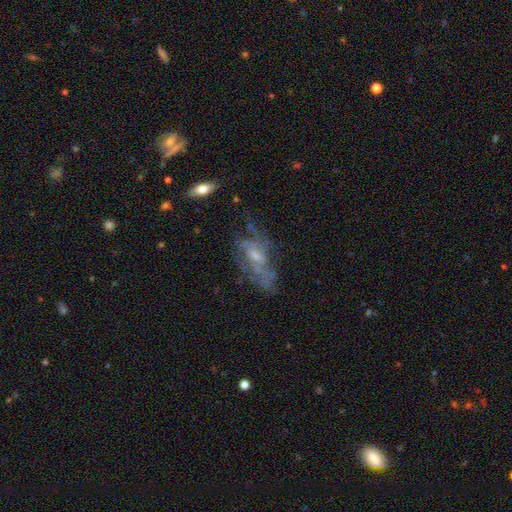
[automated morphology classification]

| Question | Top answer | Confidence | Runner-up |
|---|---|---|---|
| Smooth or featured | featured or disk | 70% | smooth (18%) |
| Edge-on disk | no | 89% | yes (11%) |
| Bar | no | 56% | weak (37%) |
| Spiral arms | yes | 67% | no (33%) |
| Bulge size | small | 56% | moderate (31%) |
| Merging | none | 53% | minor disturbance (22%) |